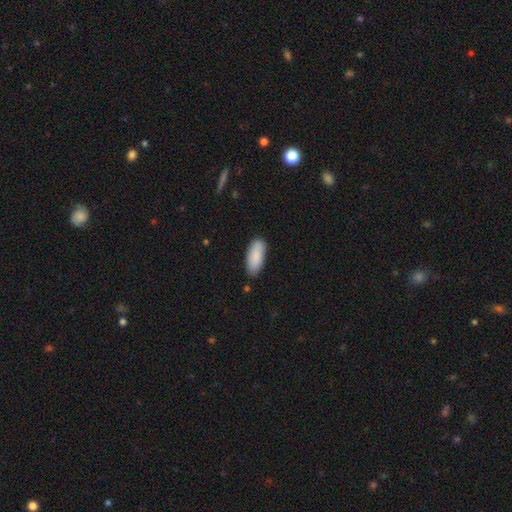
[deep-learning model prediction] Smooth or featured: smooth — 88% (featured or disk — 6%)
How rounded: in between — 81% (cigar-shaped — 17%)
Merging: none — 82% (minor disturbance — 13%)